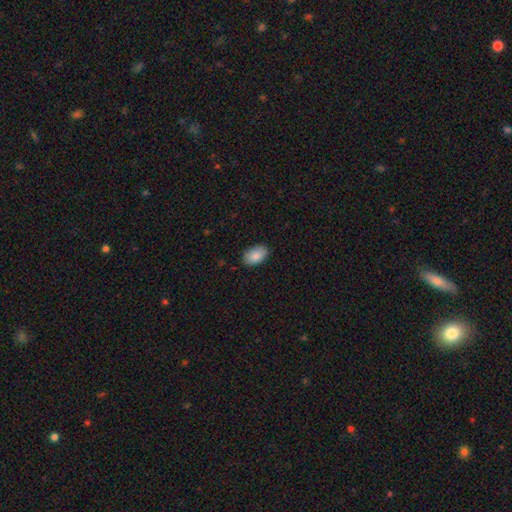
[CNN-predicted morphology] Smooth or featured? smooth (88%)
How rounded? in between (92%)
Merging? none (87%)